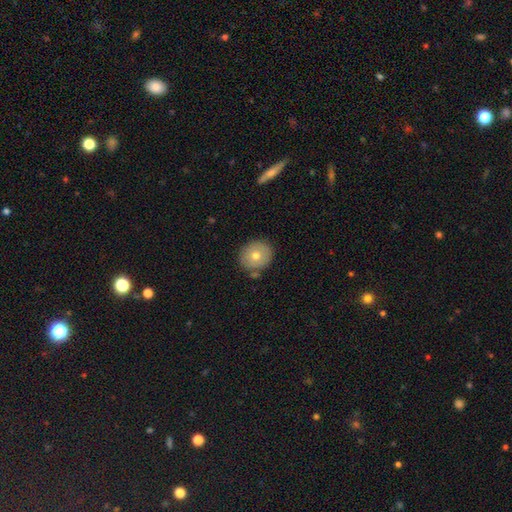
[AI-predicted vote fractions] Q: Smooth or featured?
A: smooth (69%); runner-up: featured or disk (21%)
Q: How rounded?
A: round (80%); runner-up: in between (19%)
Q: Merging?
A: none (82%); runner-up: minor disturbance (11%)